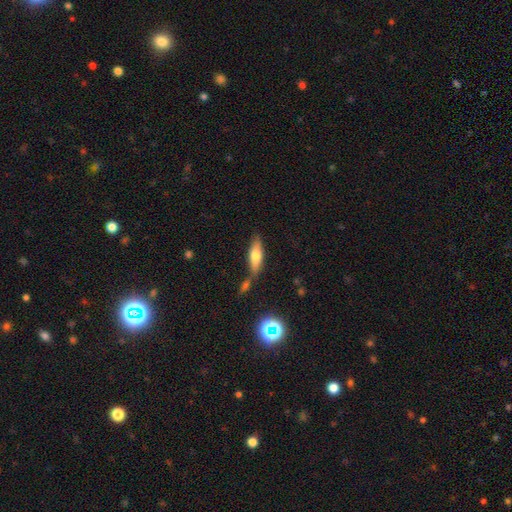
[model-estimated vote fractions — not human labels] Smooth or featured? Predicted: smooth (p=0.61). How rounded? Predicted: in between (p=0.51). Merging? Predicted: none (p=0.64).